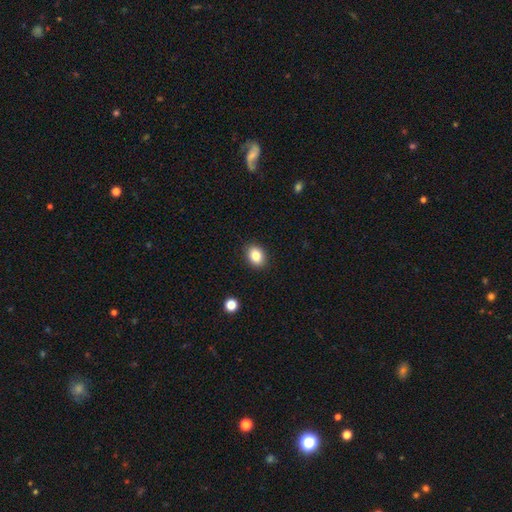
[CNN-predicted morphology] The model was most divided on "how rounded": in between: 64%, round: 35%, cigar-shaped: 1%. More confident: merging — none (90%); smooth or featured — smooth (84%).